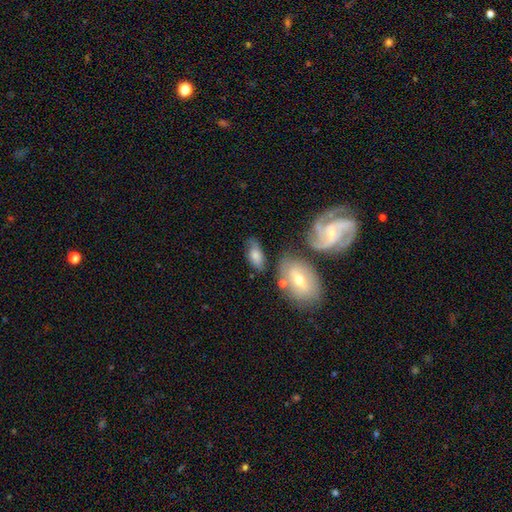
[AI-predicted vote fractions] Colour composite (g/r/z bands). It shows a smooth galaxy with no disk features (61%) that is in between round and cigar-shaped (89%). Merging: none (57%).